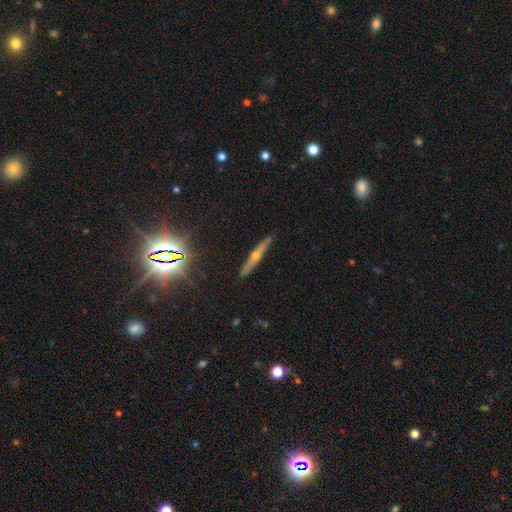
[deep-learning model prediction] A featured or disk galaxy (63%) viewed edge-on (96%) with a rounded central bulge (89%).

Vote fractions:
- Smooth or featured? featured or disk: 63% / smooth: 23% / star or artifact: 14%
- Edge-on disk? yes: 96% / no: 4%
- Edge-on bulge? rounded: 89% / none: 8% / boxy: 3%
- Merging? none: 90% / minor disturbance: 8% / major disturbance: 1% / merger: 1%